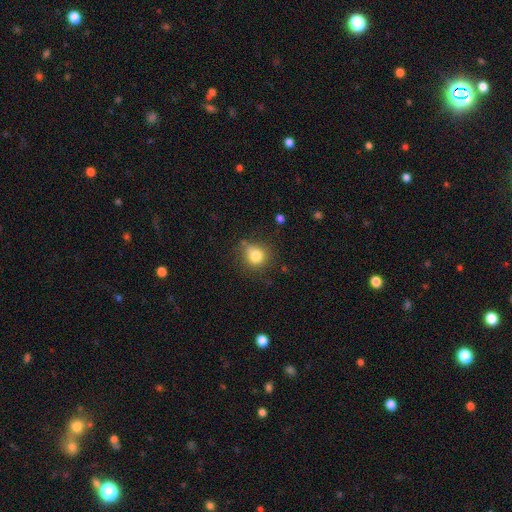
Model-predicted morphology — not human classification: Q: Smooth or featured?
A: smooth (80%); runner-up: star or artifact (12%)
Q: How rounded?
A: round (84%); runner-up: in between (15%)
Q: Merging?
A: none (72%); runner-up: minor disturbance (18%)